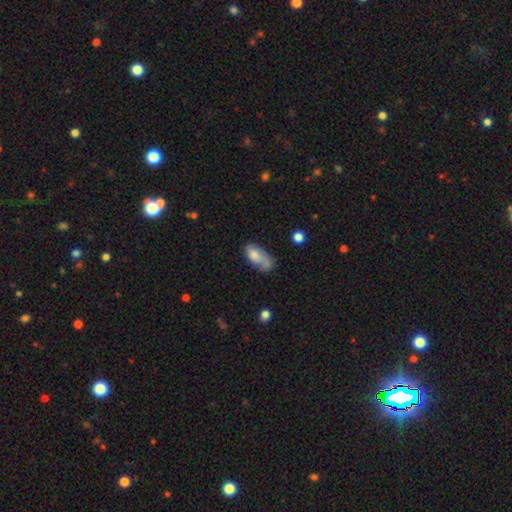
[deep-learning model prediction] A smooth galaxy with no disk features (75%) that is in between round and cigar-shaped (87%). Merging: none (32%).